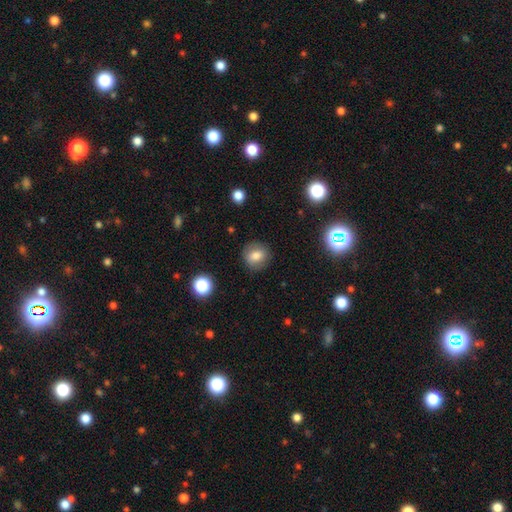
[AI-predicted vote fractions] smooth 76%, featured or disk 13%, star or artifact 11%. Down the decision tree: how rounded — round (80%); merging — none (86%).